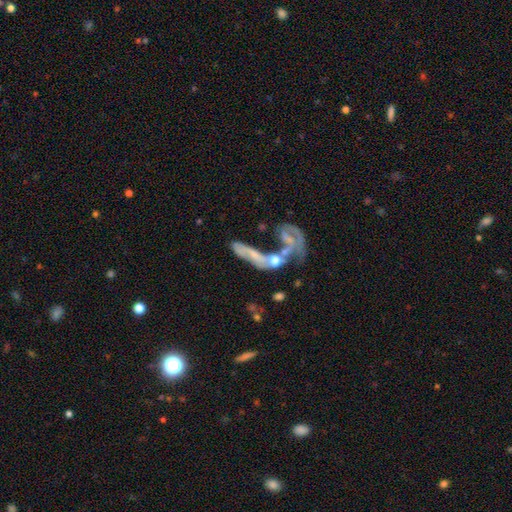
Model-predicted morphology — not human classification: A featured or disk galaxy (60%). Merging: merger (60%).